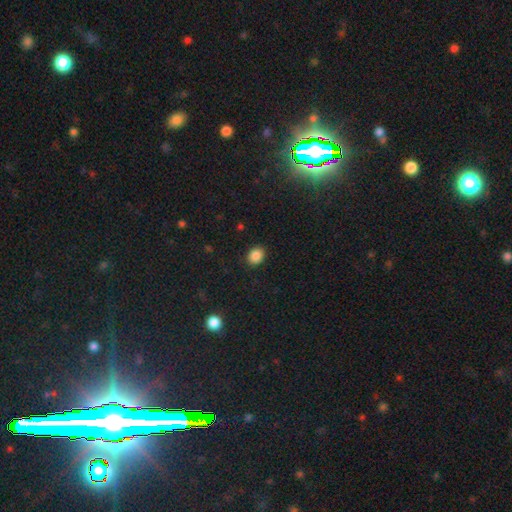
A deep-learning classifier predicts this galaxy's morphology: smooth-or-featured: smooth: 87% | star or artifact: 10% | featured or disk: 4%
  how-rounded: round: 56% | in between: 44% | cigar-shaped: 1%
  merging: none: 89% | minor disturbance: 8% | major disturbance: 2% | merger: 1%